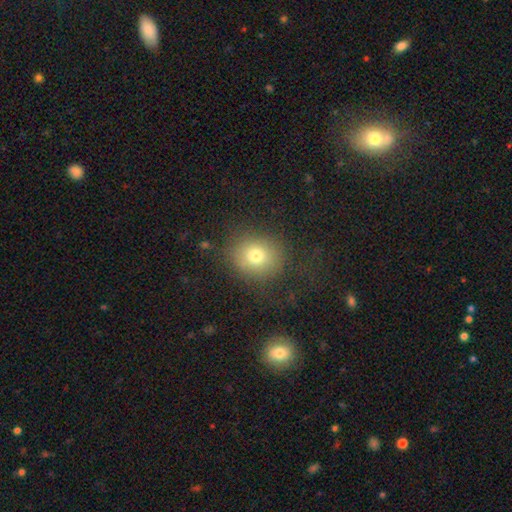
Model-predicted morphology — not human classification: smooth-or-featured: smooth: 75% | star or artifact: 14% | featured or disk: 11%
  how-rounded: round: 78% | in between: 21% | cigar-shaped: 1%
  merging: none: 78% | minor disturbance: 13% | major disturbance: 8% | merger: 2%